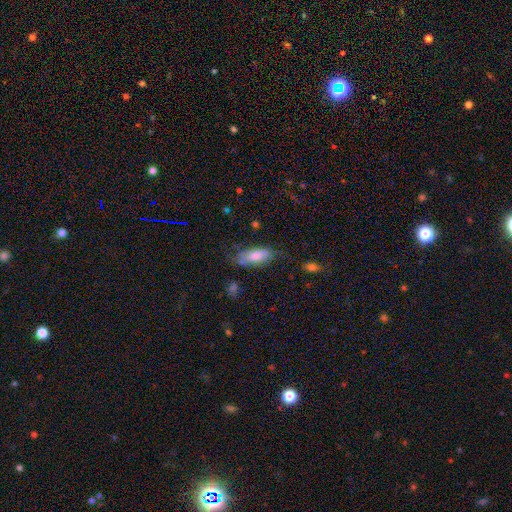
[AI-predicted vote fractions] smooth 70%, featured or disk 22%, star or artifact 8%. Down the decision tree: how rounded — in between (78%); merging — none (54%).